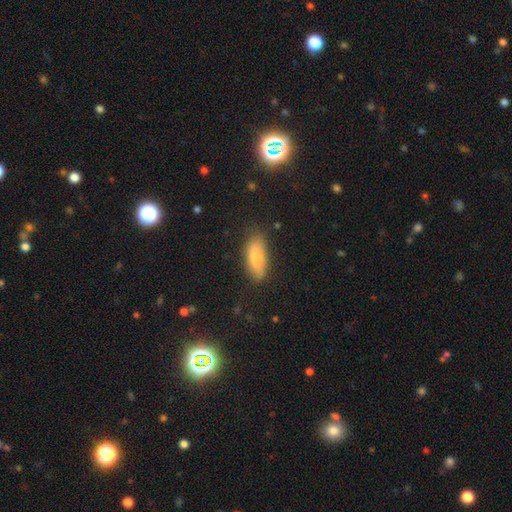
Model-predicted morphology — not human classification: Overall: smooth (74%). How rounded: in between (74%). Merging: none (79%).